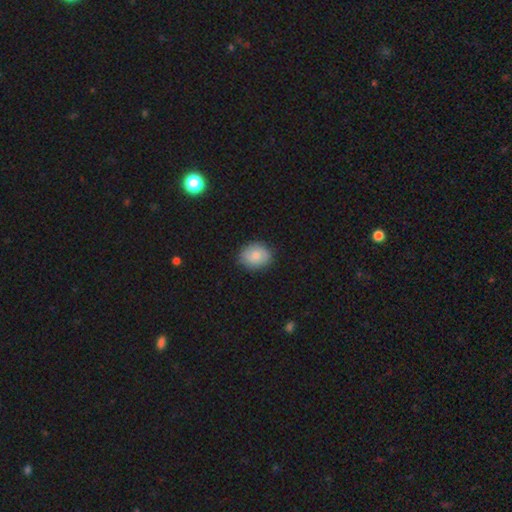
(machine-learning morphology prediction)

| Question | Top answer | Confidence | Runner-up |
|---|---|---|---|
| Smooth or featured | smooth | 77% | featured or disk (16%) |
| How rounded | round | 53% | in between (46%) |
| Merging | none | 83% | minor disturbance (13%) |